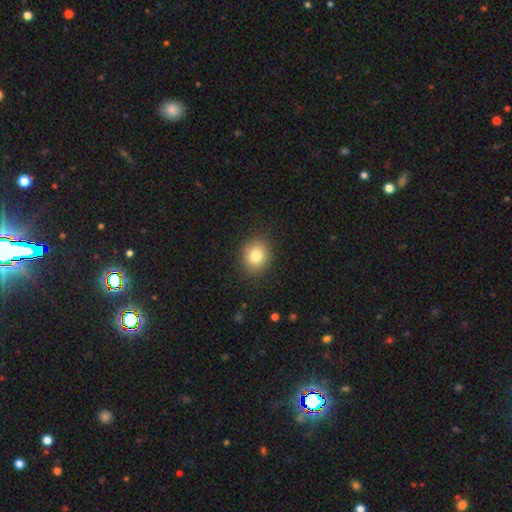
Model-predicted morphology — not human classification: smooth 81%, star or artifact 10%, featured or disk 9%. Down the decision tree: how rounded — round (65%); merging — none (87%).